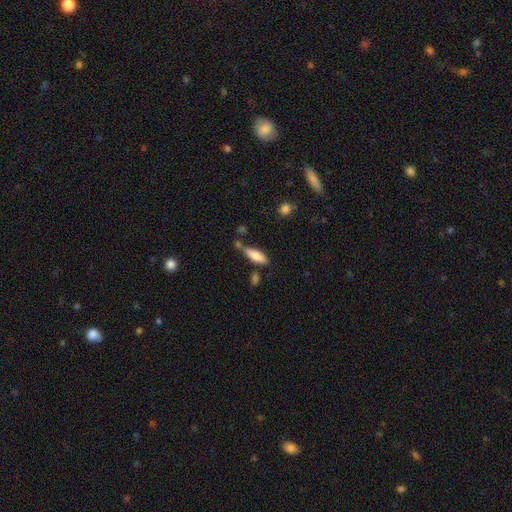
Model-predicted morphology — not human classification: Q: Smooth or featured?
A: smooth (75%); runner-up: featured or disk (19%)
Q: How rounded?
A: in between (60%); runner-up: cigar-shaped (38%)
Q: Merging?
A: none (64%); runner-up: minor disturbance (19%)